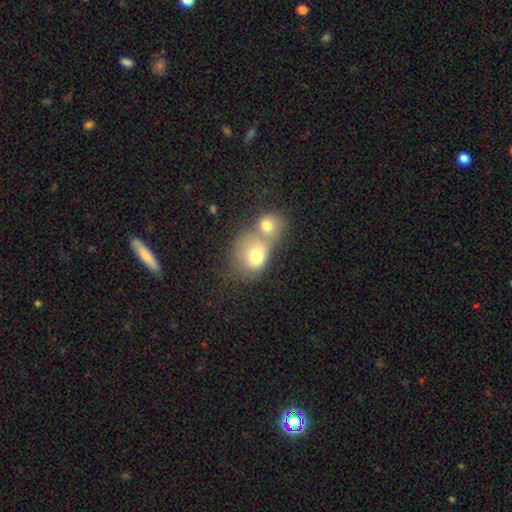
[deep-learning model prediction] Smooth or featured: smooth — 73% (featured or disk — 17%)
How rounded: round — 62% (in between — 37%)
Merging: merger — 69% (none — 20%)